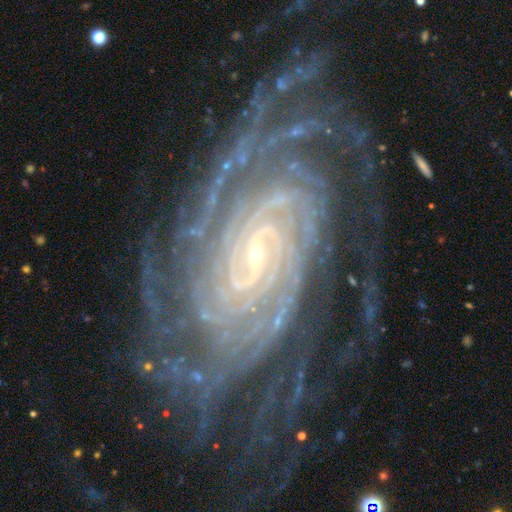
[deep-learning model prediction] smooth_or_featured: featured or disk (p=0.92) [alt: star or artifact p=0.05]
disk_edge_on: no (p=0.97) [alt: yes p=0.03]
bar: no (p=0.38) [alt: weak p=0.37]
has_spiral_arms: yes (p=0.99) [alt: no p=0.01]
spiral_winding: tight (p=0.80) [alt: medium p=0.17]
spiral_arm_count: more than 4 (p=0.30) [alt: 4 p=0.20]
bulge_size: small (p=0.83) [alt: moderate p=0.12]
merging: none (p=0.74) [alt: minor disturbance p=0.15]